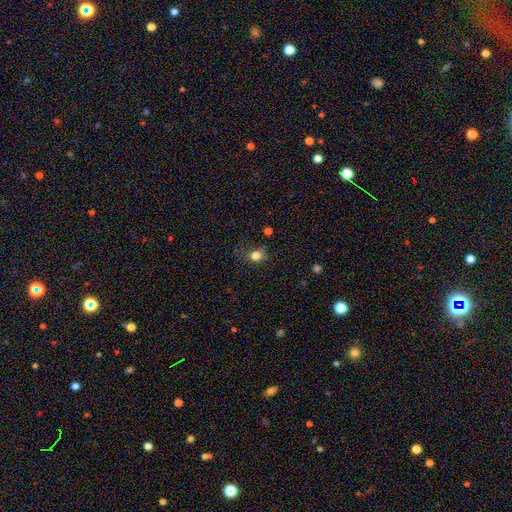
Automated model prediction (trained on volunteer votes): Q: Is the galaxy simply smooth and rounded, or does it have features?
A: smooth — 80%.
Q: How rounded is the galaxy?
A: round — 62%.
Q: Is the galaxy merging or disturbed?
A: none — 68%.